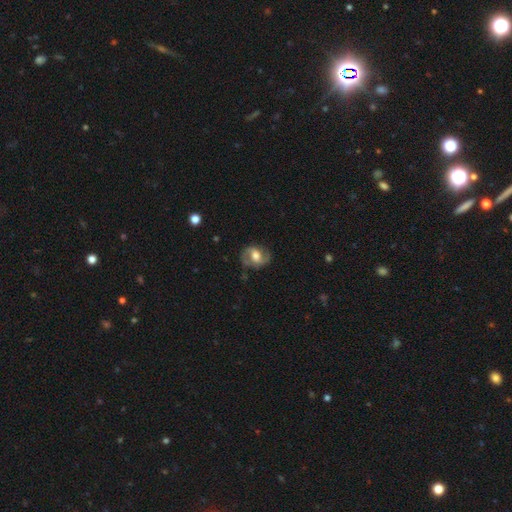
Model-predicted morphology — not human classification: A featured or disk galaxy (67%) with a weak bar (45%), 2 (87%) medium (50%) spiral arms (87%) and a moderate central bulge (63%).

Vote fractions:
- Smooth or featured? featured or disk: 67% / smooth: 26% / star or artifact: 7%
- Edge-on disk? no: 97% / yes: 3%
- Bar? weak: 45% / no: 36% / strong: 20%
- Spiral arms? yes: 87% / no: 13%
- Spiral winding? medium: 50% / loose: 28% / tight: 22%
- Spiral arm count? 2: 87% / can't tell: 6% / 1: 3% / 3: 1% / 4: 1% / more than 4: 1%
- Bulge size? moderate: 63% / large: 22% / small: 12% / none: 2% / dominant: 2%
- Merging? none: 73% / minor disturbance: 17% / major disturbance: 8% / merger: 2%